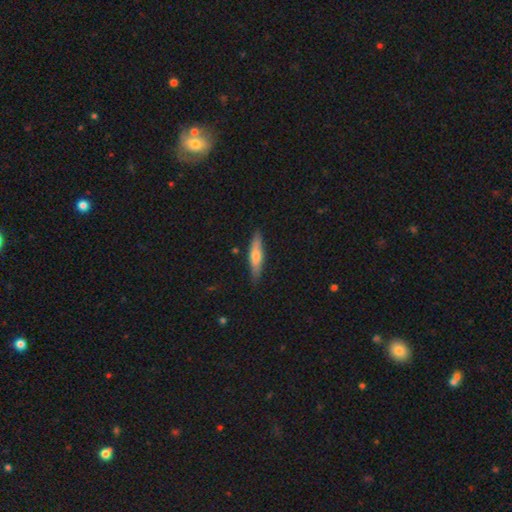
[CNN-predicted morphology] Smooth or featured? Predicted: smooth (p=0.57). How rounded? Predicted: cigar-shaped (p=0.81). Merging? Predicted: none (p=0.87).